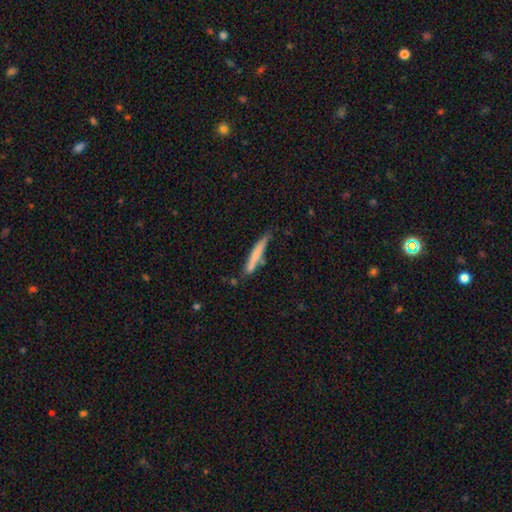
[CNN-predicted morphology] smooth 64%, featured or disk 30%, star or artifact 6%. Down the decision tree: how rounded — cigar-shaped (94%); merging — none (70%).